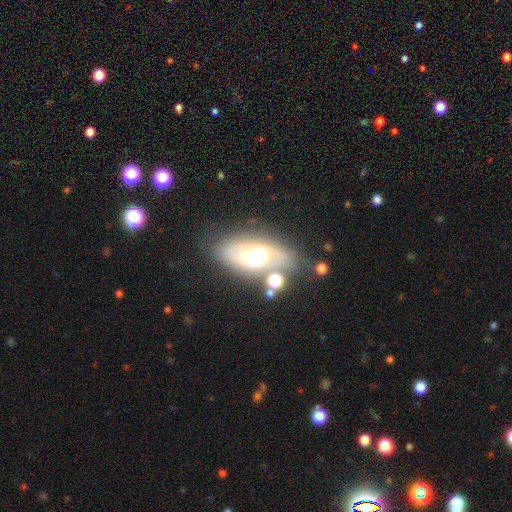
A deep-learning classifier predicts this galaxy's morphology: Smooth or featured? featured or disk (51%)
Edge-on disk? no (82%)
Merging? none (62%)